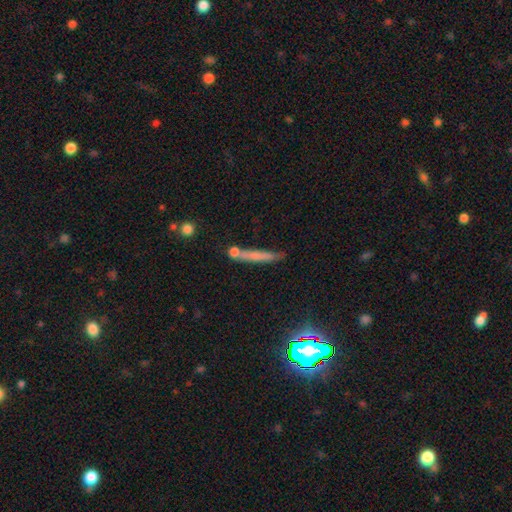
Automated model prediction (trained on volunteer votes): smooth 59%, featured or disk 29%, star or artifact 13%. Down the decision tree: how rounded — cigar-shaped (91%); merging — none (64%).